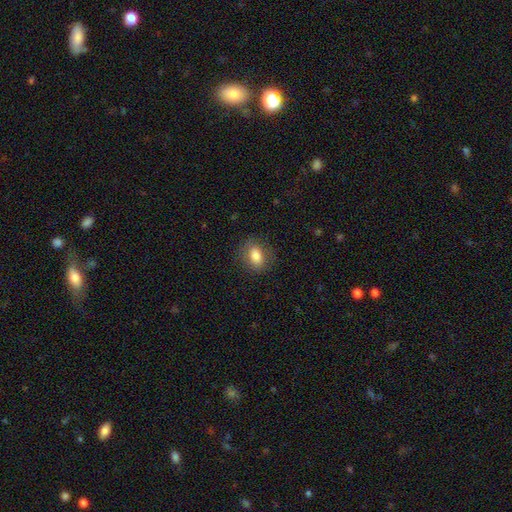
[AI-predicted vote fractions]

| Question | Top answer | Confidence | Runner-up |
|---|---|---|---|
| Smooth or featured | smooth | 80% | featured or disk (12%) |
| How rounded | in between | 74% | round (24%) |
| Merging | none | 81% | minor disturbance (13%) |